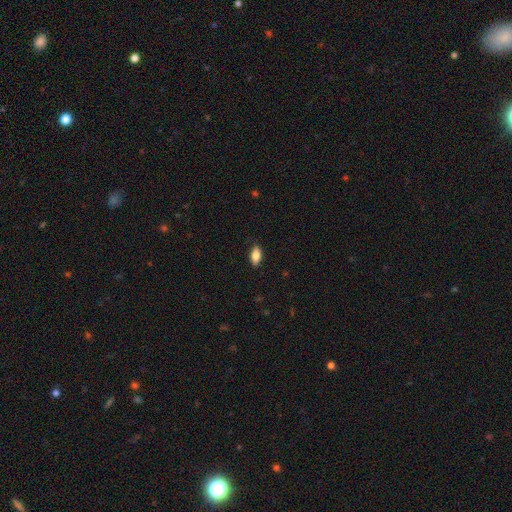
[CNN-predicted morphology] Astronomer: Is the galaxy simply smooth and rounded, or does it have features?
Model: smooth — 81%.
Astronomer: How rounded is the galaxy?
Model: in between — 89%.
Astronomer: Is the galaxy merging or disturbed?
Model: none — 86%.